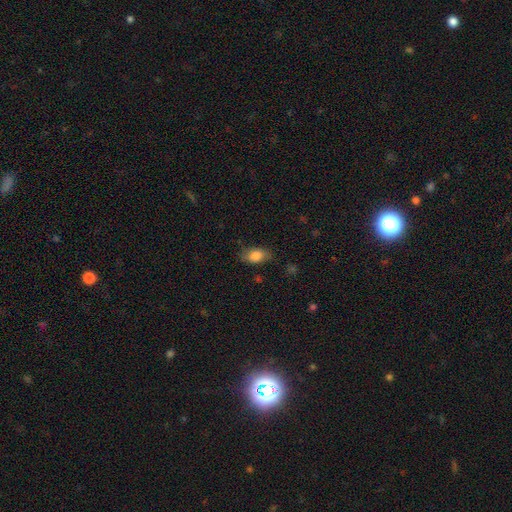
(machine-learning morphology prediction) Smooth or featured?
  - smooth: 82% *
  - featured or disk: 10%
  - star or artifact: 8%
How rounded?
  - in between: 87% *
  - round: 9%
  - cigar-shaped: 4%
Merging?
  - none: 77% *
  - minor disturbance: 17%
  - major disturbance: 4%
  - merger: 1%